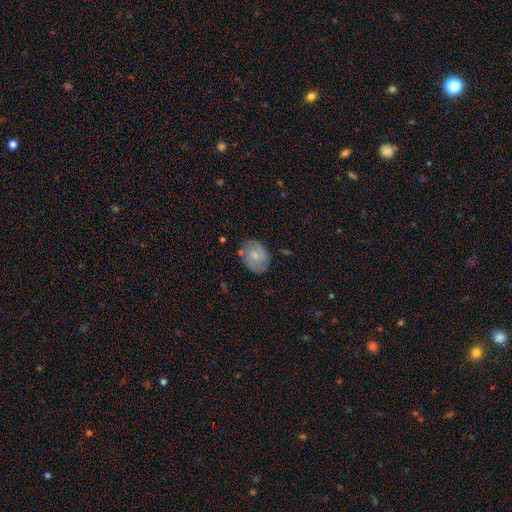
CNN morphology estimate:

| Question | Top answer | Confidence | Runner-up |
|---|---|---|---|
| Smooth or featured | smooth | 47% | featured or disk (46%) |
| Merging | none | 73% | minor disturbance (19%) |